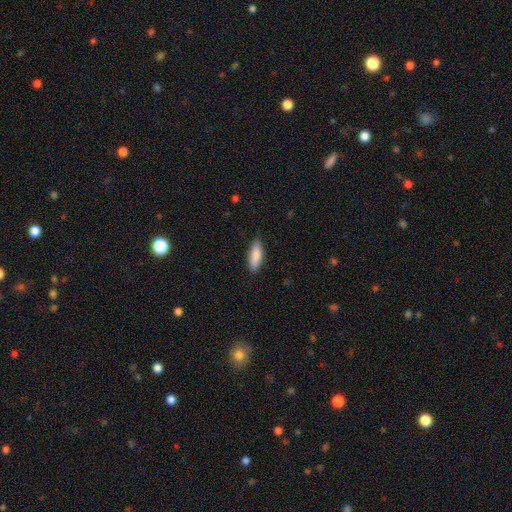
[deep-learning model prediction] smooth_or_featured: smooth (p=0.84) [alt: featured or disk p=0.10]
how_rounded: in between (p=0.51) [alt: cigar-shaped p=0.47]
merging: none (p=0.85) [alt: minor disturbance p=0.12]